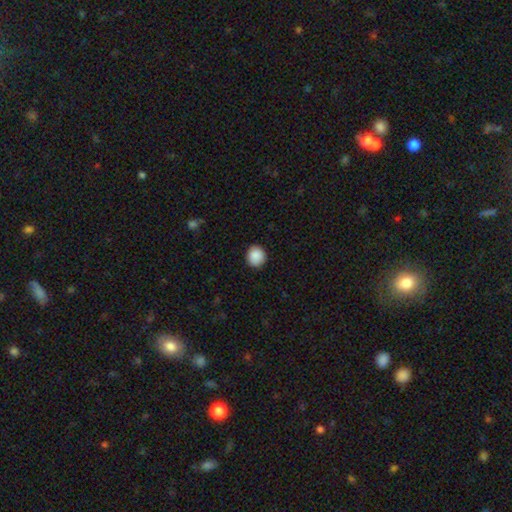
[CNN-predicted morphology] Q: Smooth or featured?
A: smooth (89%); runner-up: star or artifact (8%)
Q: How rounded?
A: round (84%); runner-up: in between (15%)
Q: Merging?
A: none (90%); runner-up: minor disturbance (7%)